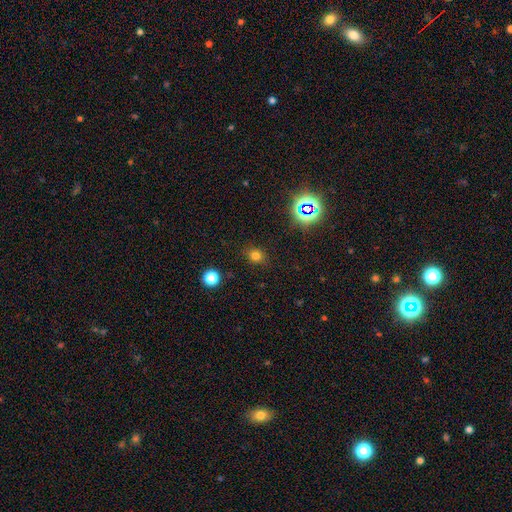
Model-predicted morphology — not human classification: Smooth or featured?
  - smooth: 73% *
  - star or artifact: 21%
  - featured or disk: 6%
How rounded?
  - round: 72% *
  - in between: 27%
  - cigar-shaped: 1%
Merging?
  - none: 86% *
  - minor disturbance: 10%
  - major disturbance: 3%
  - merger: 1%